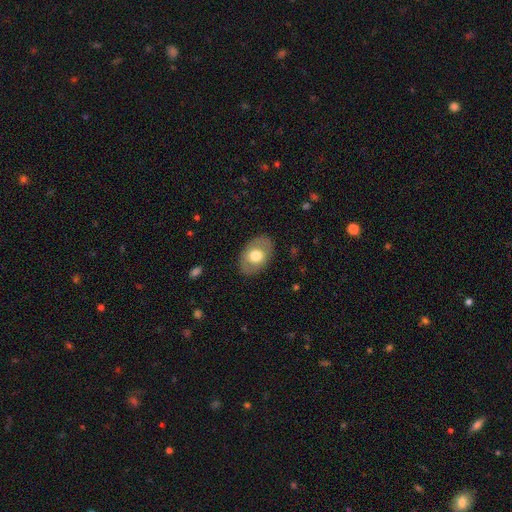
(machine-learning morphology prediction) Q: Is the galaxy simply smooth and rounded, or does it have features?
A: smooth — 61%.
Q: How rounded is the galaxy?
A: in between — 81%.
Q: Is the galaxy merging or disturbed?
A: none — 84%.